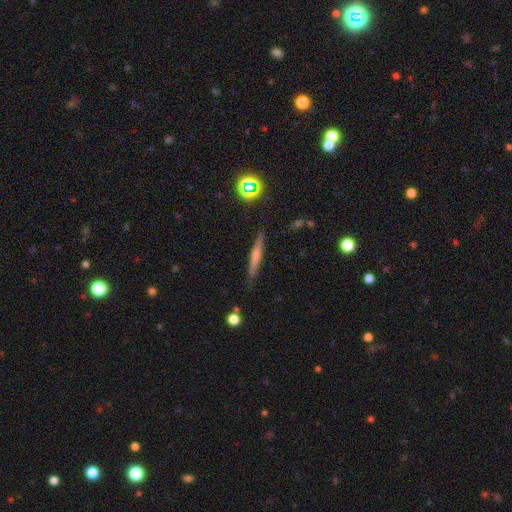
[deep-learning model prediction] Smooth or featured? Predicted: smooth (p=0.49). Merging? Predicted: none (p=0.86).